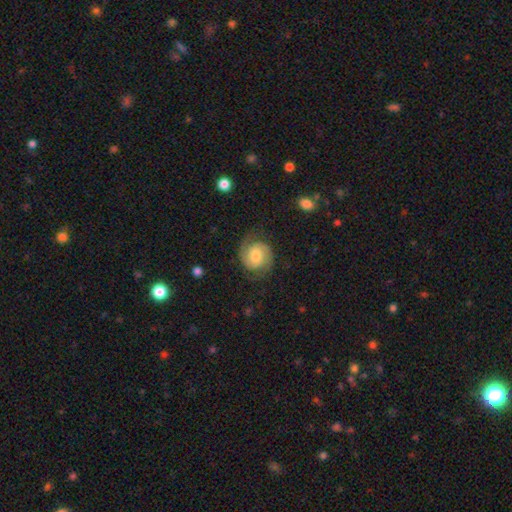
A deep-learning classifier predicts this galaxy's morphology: Smooth or featured?
  - featured or disk: 75% *
  - smooth: 18%
  - star or artifact: 7%
Edge-on disk?
  - no: 98% *
  - yes: 2%
Bar?
  - no: 61% *
  - weak: 32%
  - strong: 7%
Spiral arms?
  - yes: 95% *
  - no: 5%
Spiral winding?
  - medium: 44% *
  - tight: 41%
  - loose: 15%
Spiral arm count?
  - 2: 91% *
  - can't tell: 4%
  - 1: 2%
  - 3: 1%
  - 4: 1%
  - more than 4: 1%
Bulge size?
  - moderate: 61% *
  - small: 23%
  - large: 12%
  - none: 3%
  - dominant: 2%
Merging?
  - none: 77% *
  - minor disturbance: 15%
  - major disturbance: 7%
  - merger: 1%